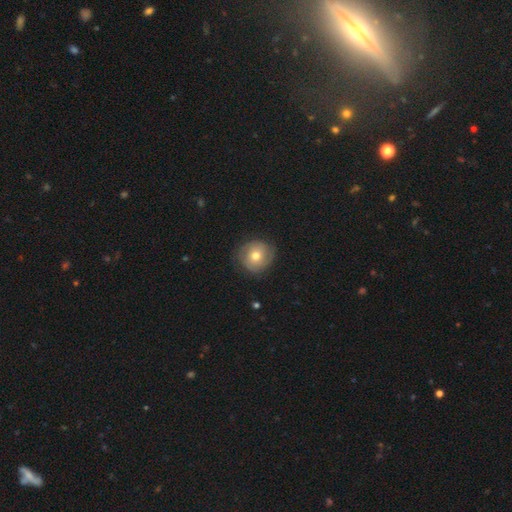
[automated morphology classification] Smooth or featured? smooth (55%)
How rounded? round (89%)
Merging? none (78%)